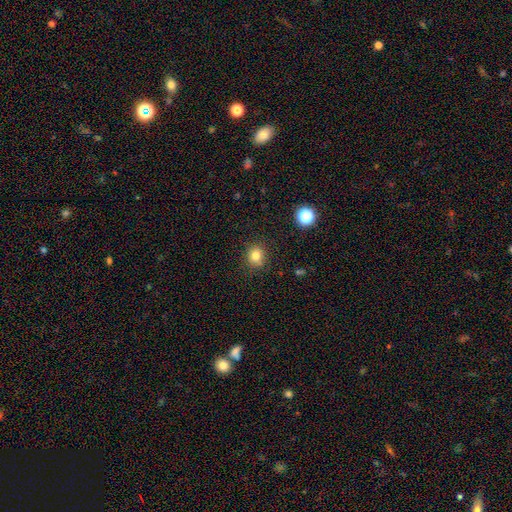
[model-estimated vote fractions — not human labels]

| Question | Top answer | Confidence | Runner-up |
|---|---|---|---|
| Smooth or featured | smooth | 80% | star or artifact (13%) |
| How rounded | round | 81% | in between (18%) |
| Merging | none | 84% | minor disturbance (11%) |